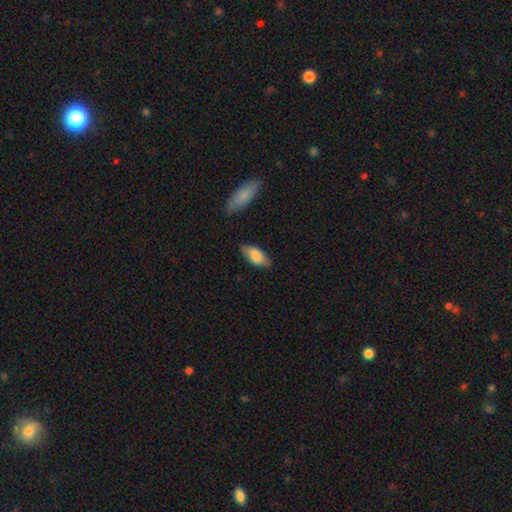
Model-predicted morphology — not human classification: This appears to be a smooth galaxy with no disk features (79%) that is in between round and cigar-shaped (86%). Merging: none (75%).